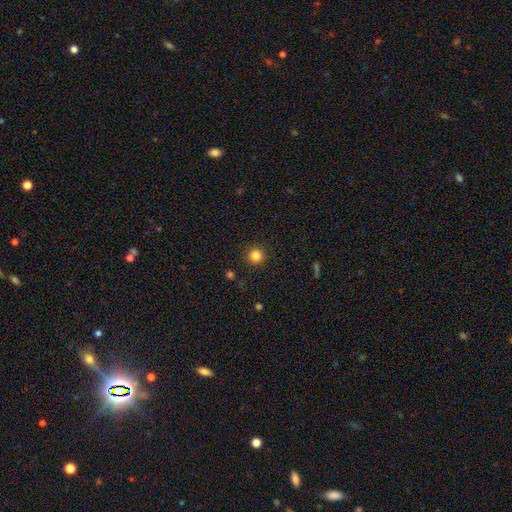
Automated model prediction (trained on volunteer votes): Overall: smooth (84%). How rounded: round (95%). Merging: none (92%).